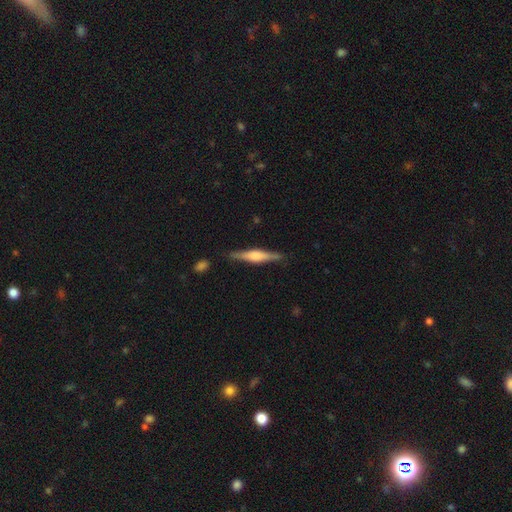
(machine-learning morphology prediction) type=featured or disk (68%); edge-on=yes (97%); edge-on bulge=rounded (66%); merging=none (87%).